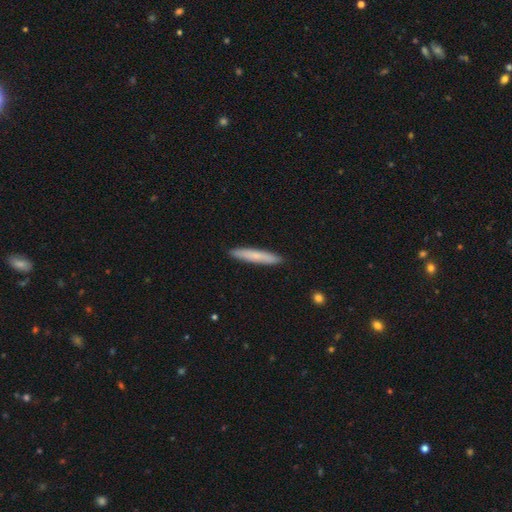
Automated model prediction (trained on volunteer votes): The model was most divided on "smooth or featured": smooth: 73%, featured or disk: 21%, star or artifact: 5%. More confident: how rounded — cigar-shaped (94%); merging — none (91%).